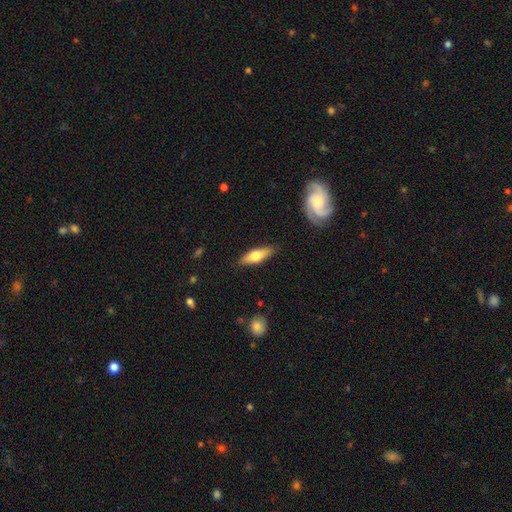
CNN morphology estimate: This appears to be a smooth galaxy with no disk features (60%) that is in between round and cigar-shaped (51%). Merging: none (85%).